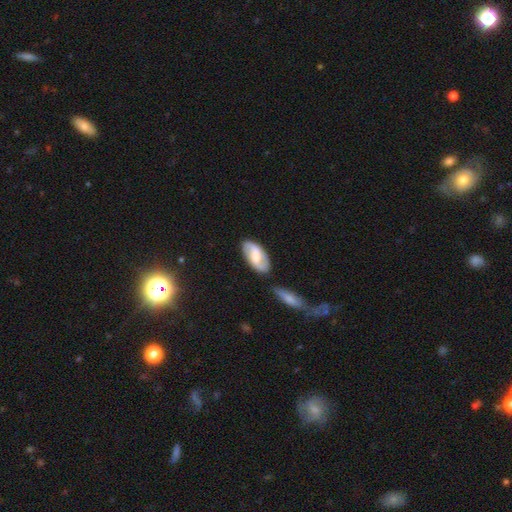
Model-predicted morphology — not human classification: This appears to be a featured or disk galaxy (56%) with a weak bar (47%), spiral arms (86%) and a moderate central bulge (41%). Merging: none (76%).